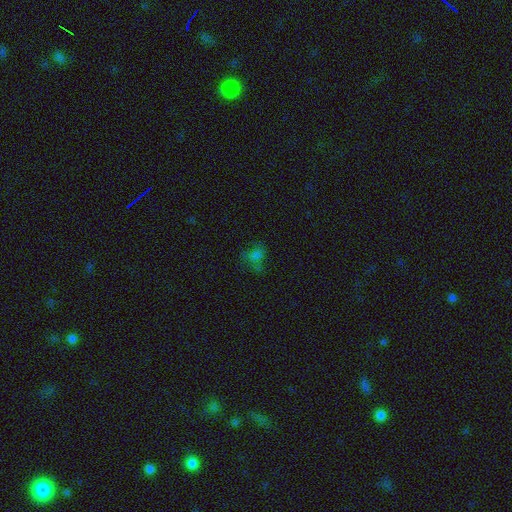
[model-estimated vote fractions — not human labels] smooth_or_featured: smooth (p=0.59) [alt: star or artifact p=0.26]
how_rounded: in between (p=0.50) [alt: round p=0.48]
merging: none (p=0.48) [alt: minor disturbance p=0.23]